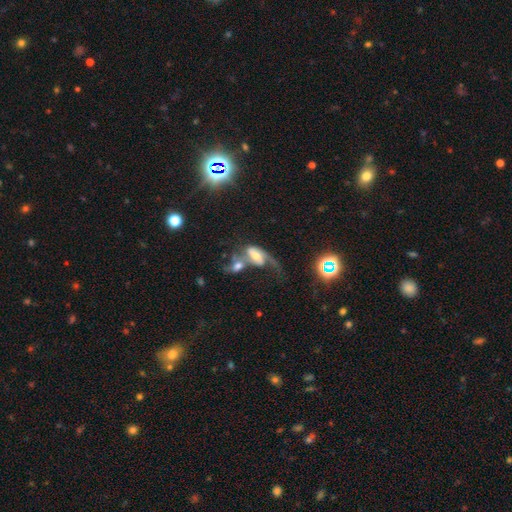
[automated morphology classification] smooth_or_featured: featured or disk (p=0.58) [alt: smooth p=0.31]
disk_edge_on: no (p=0.93) [alt: yes p=0.07]
bar: no (p=0.47) [alt: weak p=0.35]
has_spiral_arms: yes (p=0.77) [alt: no p=0.23]
bulge_size: moderate (p=0.53) [alt: small p=0.25]
merging: merger (p=0.64) [alt: major disturbance p=0.17]